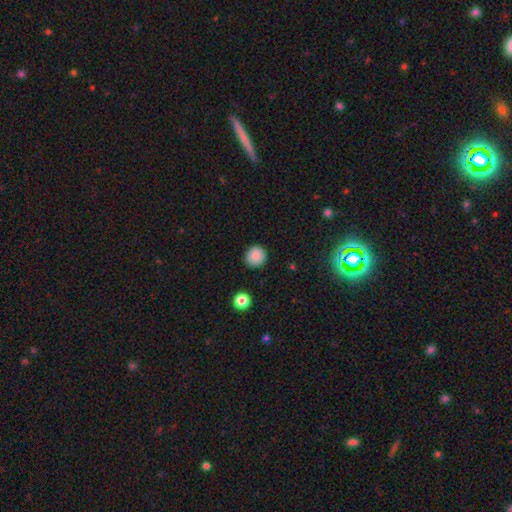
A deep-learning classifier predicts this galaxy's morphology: Smooth or featured?
  - smooth: 87% *
  - star or artifact: 10%
  - featured or disk: 3%
How rounded?
  - round: 93% *
  - in between: 6%
  - cigar-shaped: 1%
Merging?
  - none: 89% *
  - minor disturbance: 7%
  - major disturbance: 2%
  - merger: 1%